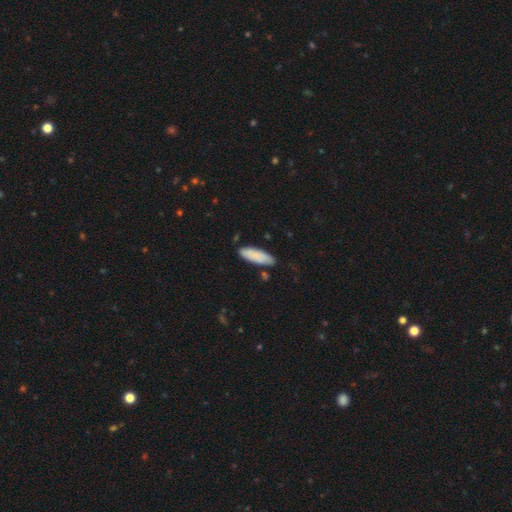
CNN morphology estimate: Smooth or featured: smooth — 84% (featured or disk — 11%)
How rounded: cigar-shaped — 51% (in between — 48%)
Merging: none — 79% (minor disturbance — 15%)